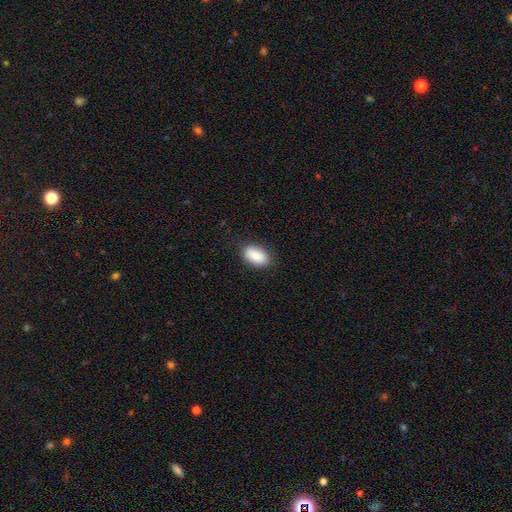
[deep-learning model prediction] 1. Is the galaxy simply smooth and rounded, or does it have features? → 88% smooth, 7% star or artifact, 5% featured or disk.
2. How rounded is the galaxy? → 92% in between, 5% round, 2% cigar-shaped.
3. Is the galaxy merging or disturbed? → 84% none, 12% minor disturbance, 3% major disturbance, 1% merger.